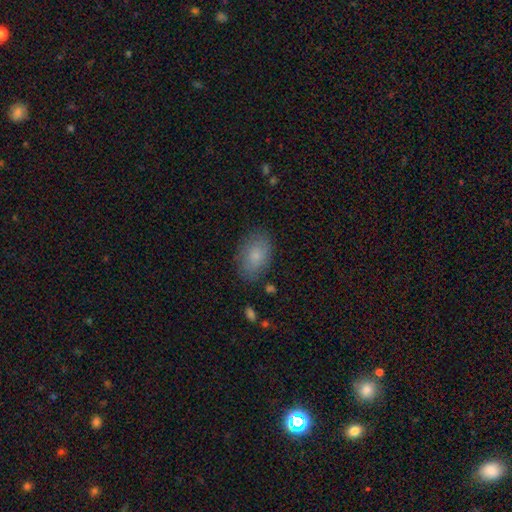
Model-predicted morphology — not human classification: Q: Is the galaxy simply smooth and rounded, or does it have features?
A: smooth — 81%.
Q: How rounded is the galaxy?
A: in between — 89%.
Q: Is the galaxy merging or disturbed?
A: none — 81%.